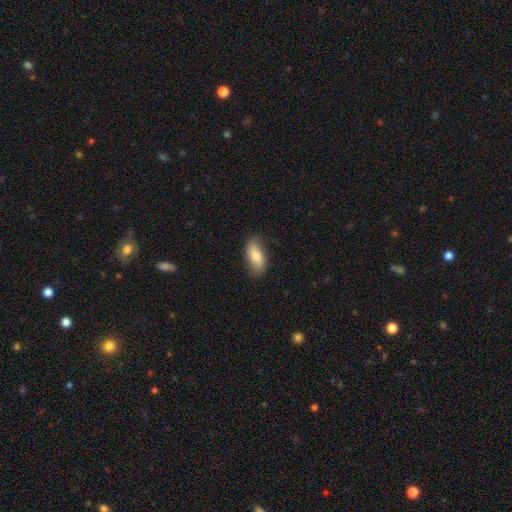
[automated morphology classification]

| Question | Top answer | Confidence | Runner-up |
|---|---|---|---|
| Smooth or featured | smooth | 74% | featured or disk (19%) |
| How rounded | in between | 84% | cigar-shaped (13%) |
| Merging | none | 79% | minor disturbance (17%) |